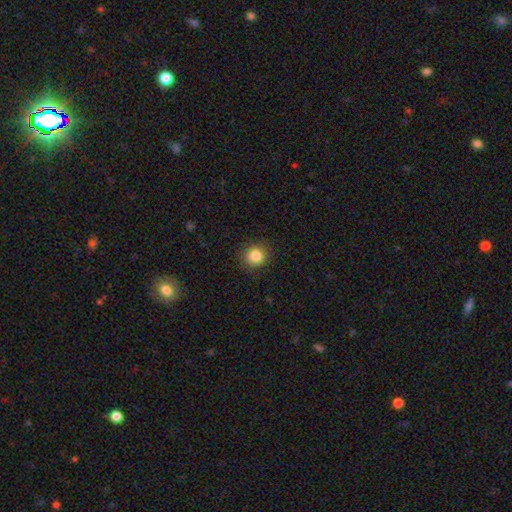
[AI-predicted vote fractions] A smooth galaxy with no disk features (85%) that is round (83%). Merging: none (86%).